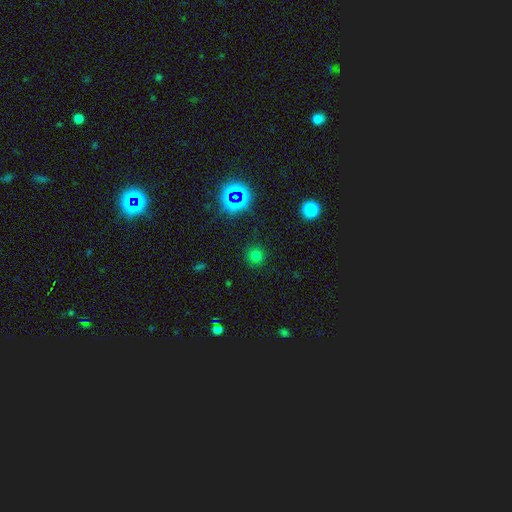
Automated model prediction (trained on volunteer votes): Smooth or featured? smooth (68%)
How rounded? round (92%)
Merging? none (87%)